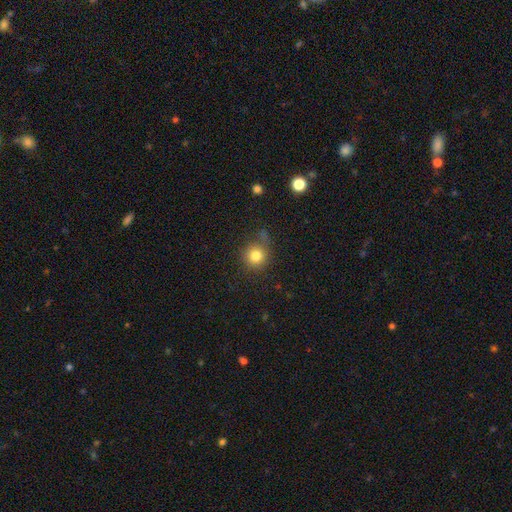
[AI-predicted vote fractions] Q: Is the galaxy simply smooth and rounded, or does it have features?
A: smooth — 81%.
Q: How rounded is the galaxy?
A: round — 92%.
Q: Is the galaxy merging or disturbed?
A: none — 73%.